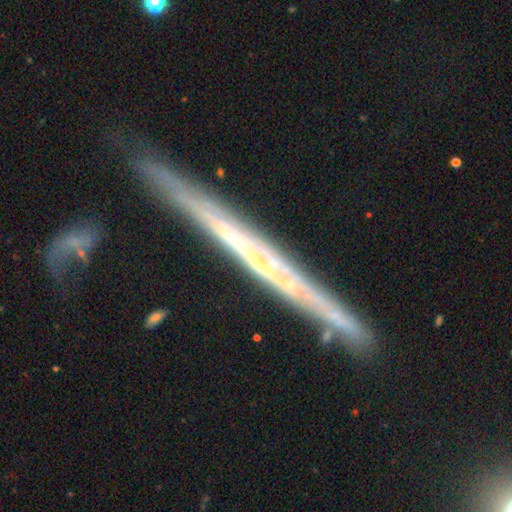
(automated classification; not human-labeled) A featured or disk galaxy (76%) viewed edge-on (94%) with no central bulge (78%). Merging: none (79%).